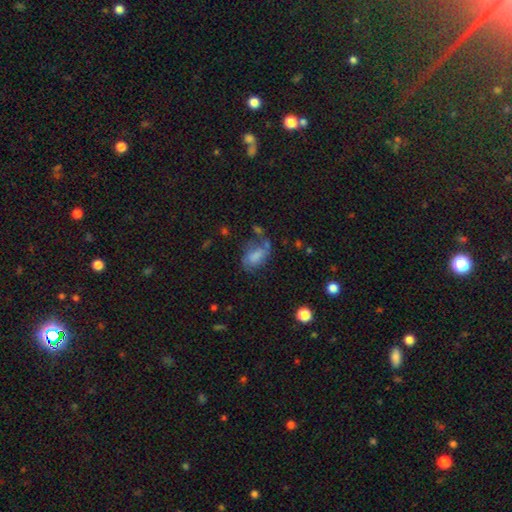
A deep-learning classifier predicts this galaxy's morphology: Smooth or featured: smooth — 67% (featured or disk — 23%)
How rounded: in between — 88% (round — 9%)
Merging: none — 43% (minor disturbance — 28%)